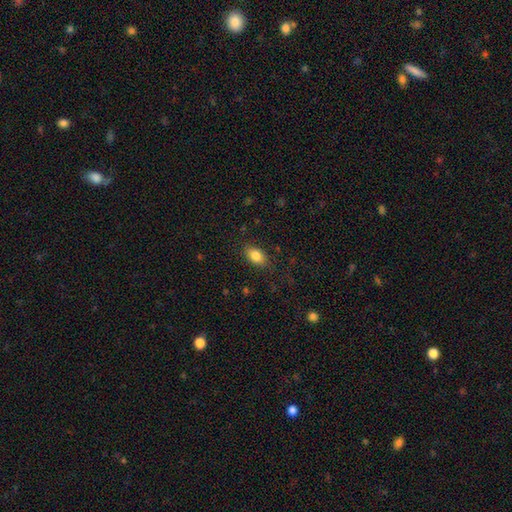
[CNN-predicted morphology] A smooth galaxy with no disk features (84%) that is in between round and cigar-shaped (87%). Merging: none (84%).